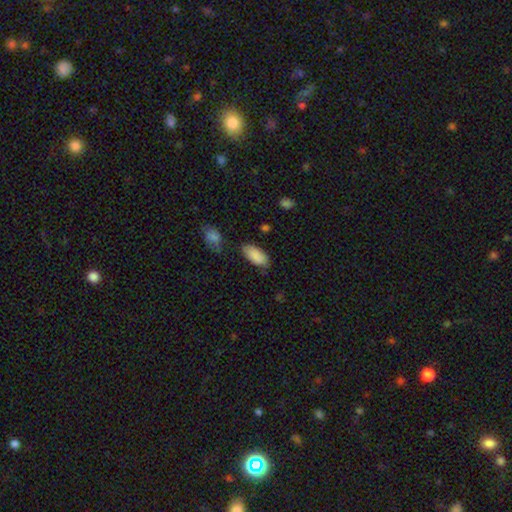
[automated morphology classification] type=smooth (88%); roundness=in between (93%); merging=none (69%).